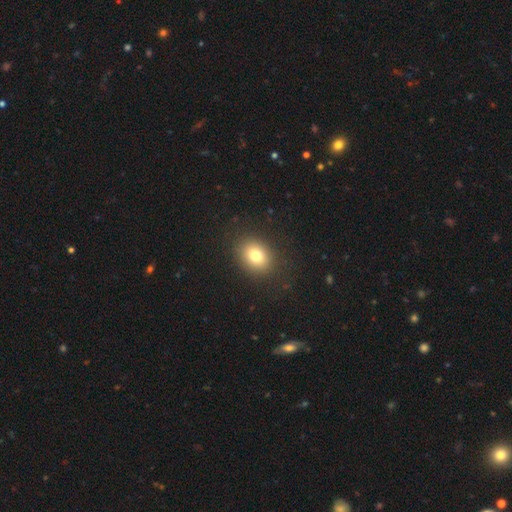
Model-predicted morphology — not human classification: This appears to be a smooth galaxy with no disk features (78%) that is in between round and cigar-shaped (50%). Merging: none (88%).